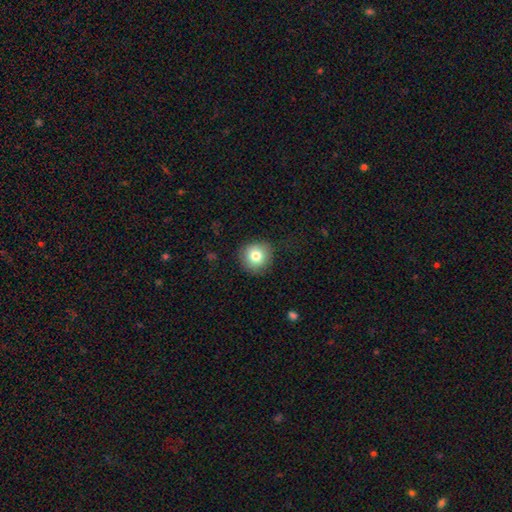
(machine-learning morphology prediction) smooth 80%, featured or disk 10%, star or artifact 10%. Down the decision tree: how rounded — round (92%); merging — none (83%).